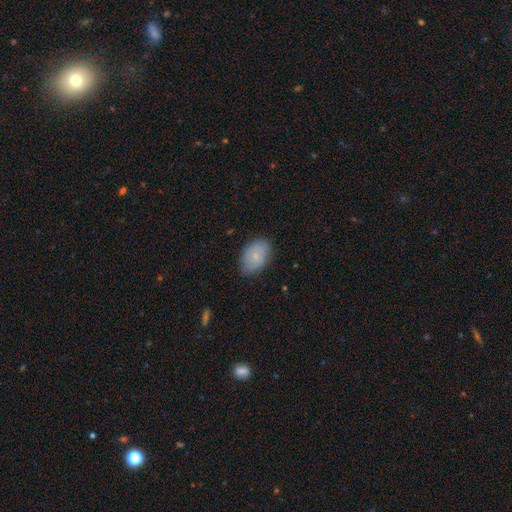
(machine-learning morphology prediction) This is likely a smooth galaxy (71%). How rounded: clearly in between (86%). Merging: likely none (79%).